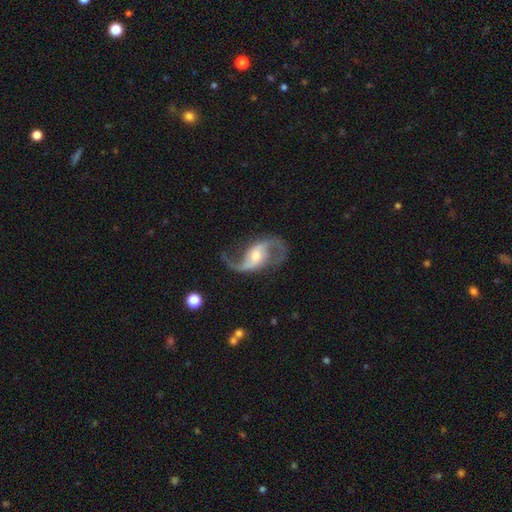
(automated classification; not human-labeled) featured or disk 91%, star or artifact 4%, smooth 4%. Down the decision tree: edge-on disk — no (97%); bar — weak (42%); spiral arms — yes (97%); spiral arm count — 2 (93%); spiral winding — loose (64%); bulge size — moderate (53%); merging — none (75%).